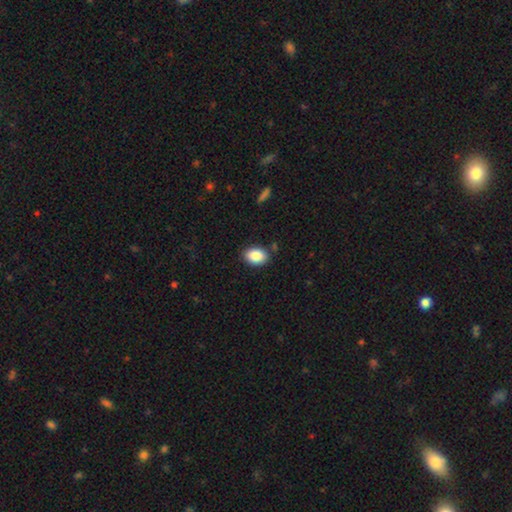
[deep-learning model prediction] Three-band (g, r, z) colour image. It shows a smooth galaxy with no disk features (88%) that is in between round and cigar-shaped (80%). Merging: none (85%).